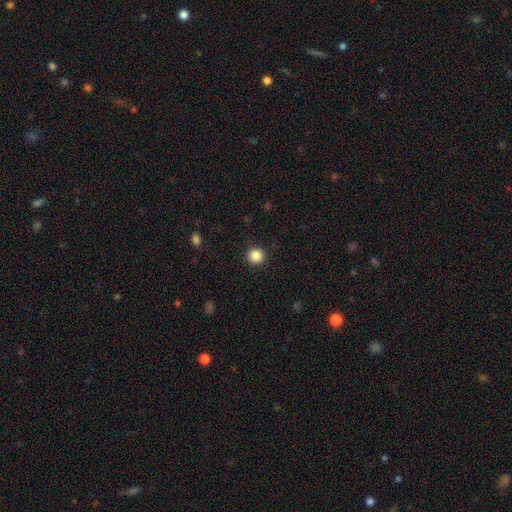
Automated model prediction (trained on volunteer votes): Overall: smooth (86%). How rounded: round (94%). Merging: none (93%).